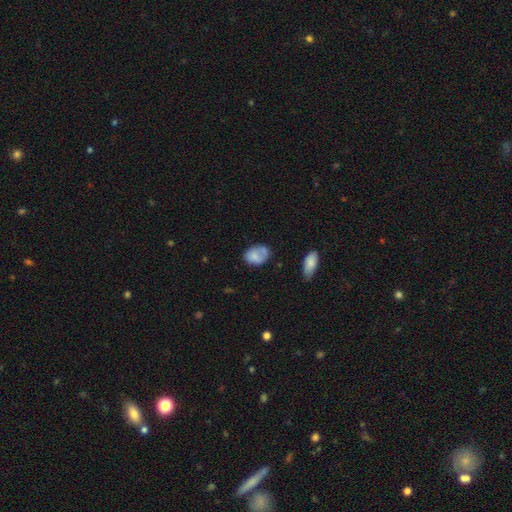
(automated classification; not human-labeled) smooth 71%, featured or disk 21%, star or artifact 8%. Down the decision tree: how rounded — in between (71%); merging — none (46%).